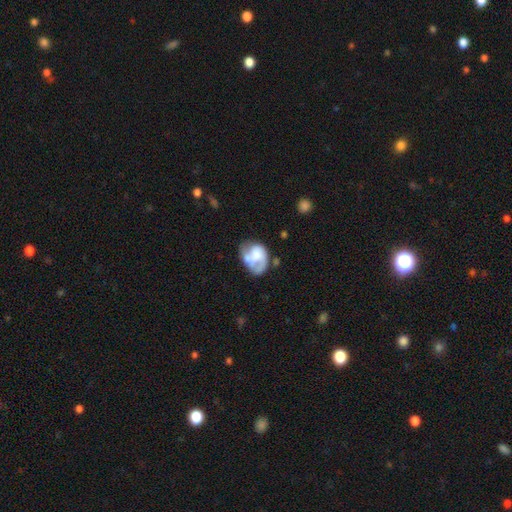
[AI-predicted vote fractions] smooth_or_featured: featured or disk (p=0.46) [tied with: smooth p=0.46]
merging: none (p=0.32) [alt: minor disturbance p=0.29]